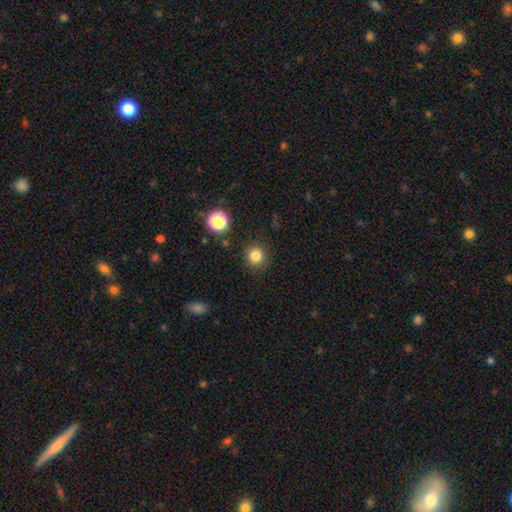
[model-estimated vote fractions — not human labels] This is clearly a smooth galaxy (82%). How rounded: clearly round (92%). Merging: clearly none (89%).